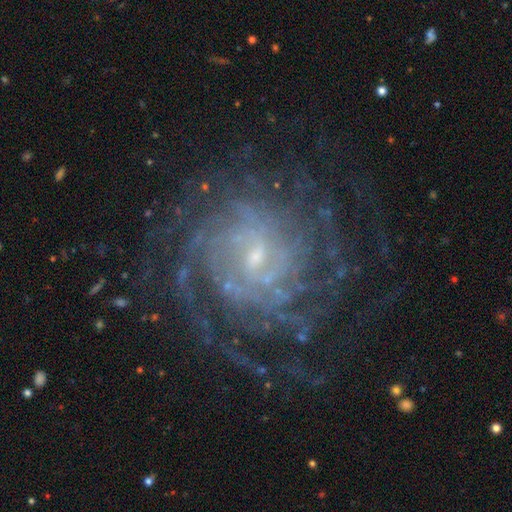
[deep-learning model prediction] Smooth or featured: featured or disk — 89% (star or artifact — 7%)
Edge-on disk: no — 98% (yes — 2%)
Bar: weak — 50% (no — 37%)
Spiral arms: yes — 97% (no — 3%)
Spiral winding: tight — 71% (medium — 24%)
Spiral arm count: can't tell — 32% (more than 4 — 20%)
Bulge size: small — 74% (moderate — 20%)
Merging: none — 76% (minor disturbance — 13%)